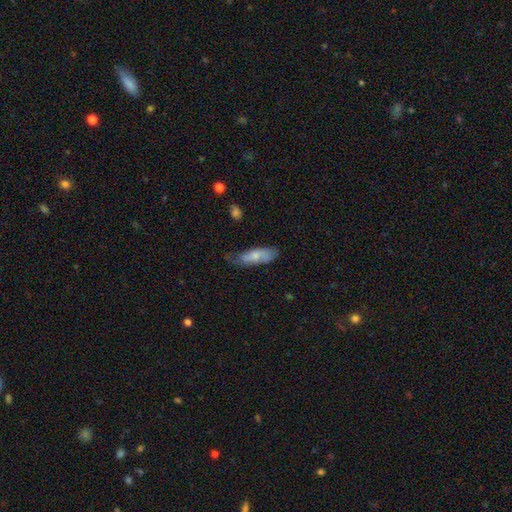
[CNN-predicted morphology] Q: Smooth or featured?
A: smooth (69%); runner-up: featured or disk (25%)
Q: How rounded?
A: in between (60%); runner-up: cigar-shaped (38%)
Q: Merging?
A: none (56%); runner-up: minor disturbance (33%)